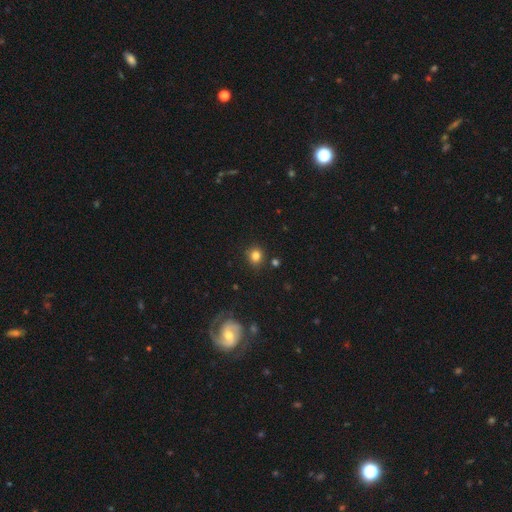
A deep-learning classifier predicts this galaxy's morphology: A smooth galaxy with no disk features (81%) that is round (80%). Merging: none (84%).